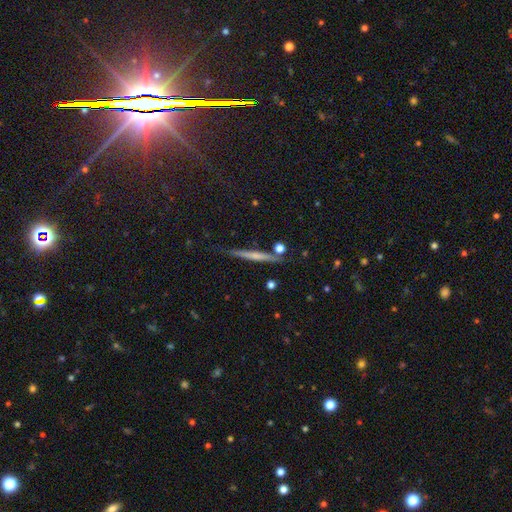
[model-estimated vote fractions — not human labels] This is possibly a featured or disk galaxy (46%, tied with smooth). Merging: clearly none (80%).